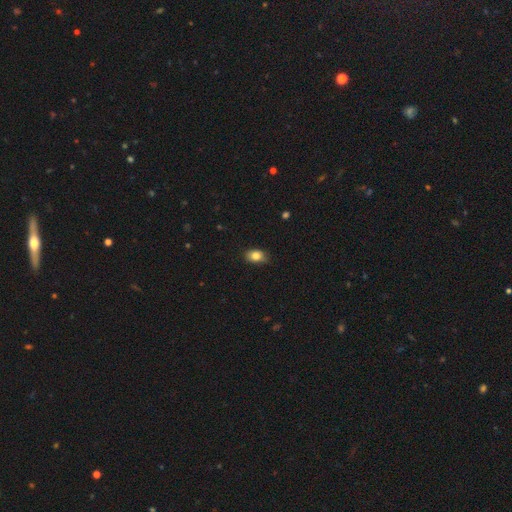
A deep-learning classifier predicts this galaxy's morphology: A smooth galaxy with no disk features (84%) that is in between round and cigar-shaped (81%).

Vote fractions:
- Smooth or featured? smooth: 84% / star or artifact: 9% / featured or disk: 8%
- How rounded? in between: 81% / round: 18% / cigar-shaped: 2%
- Merging? none: 81% / minor disturbance: 16% / major disturbance: 2% / merger: 1%